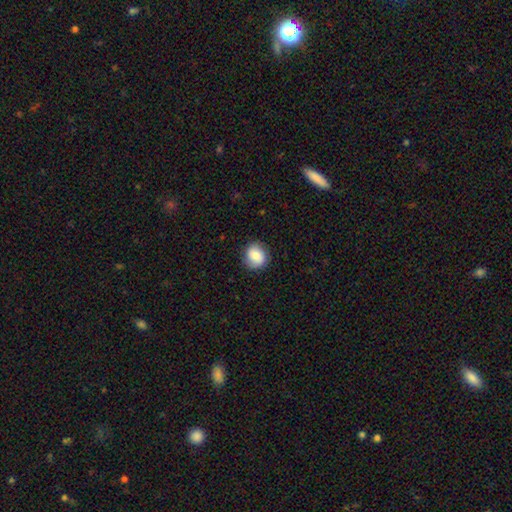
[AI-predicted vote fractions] A smooth galaxy with no disk features (76%) that is round (80%).

Vote fractions:
- Smooth or featured? smooth: 76% / featured or disk: 16% / star or artifact: 8%
- How rounded? round: 80% / in between: 19% / cigar-shaped: 1%
- Merging? none: 85% / minor disturbance: 11% / major disturbance: 3% / merger: 1%